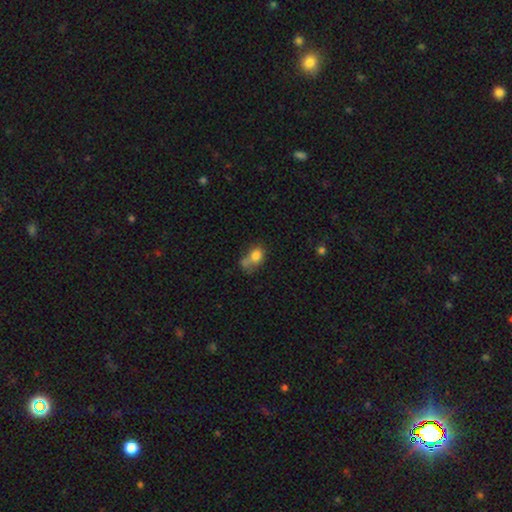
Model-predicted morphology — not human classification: Smooth or featured? smooth (76%)
How rounded? in between (58%)
Merging? merger (32%)